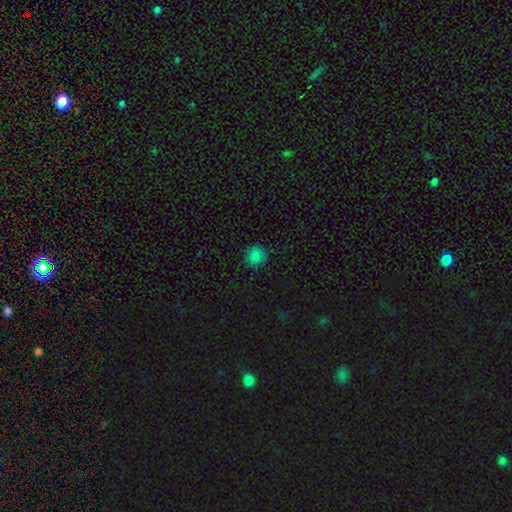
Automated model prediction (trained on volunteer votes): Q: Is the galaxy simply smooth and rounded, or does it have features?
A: smooth — 84%.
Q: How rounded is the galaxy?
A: round — 91%.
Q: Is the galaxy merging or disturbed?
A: none — 90%.